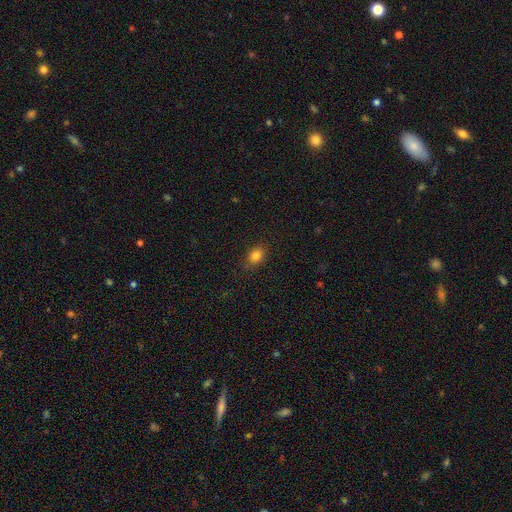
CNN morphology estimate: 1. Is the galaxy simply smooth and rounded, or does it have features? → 82% smooth, 11% star or artifact, 6% featured or disk.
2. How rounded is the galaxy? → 68% in between, 30% round, 1% cigar-shaped.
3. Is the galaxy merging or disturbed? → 84% none, 12% minor disturbance, 3% major disturbance, 1% merger.